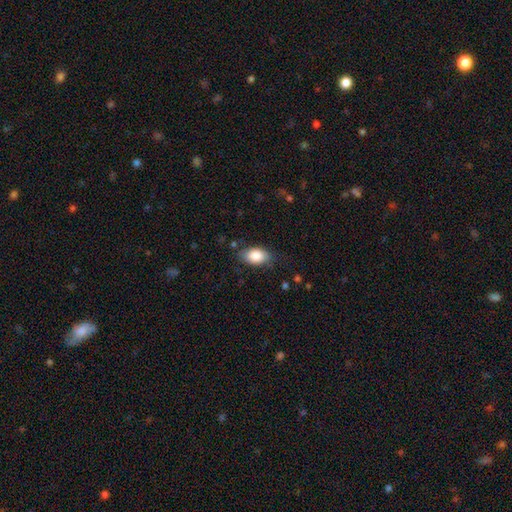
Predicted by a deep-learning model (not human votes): smooth 85%, featured or disk 8%, star or artifact 7%. Down the decision tree: how rounded — in between (91%); merging — none (78%).